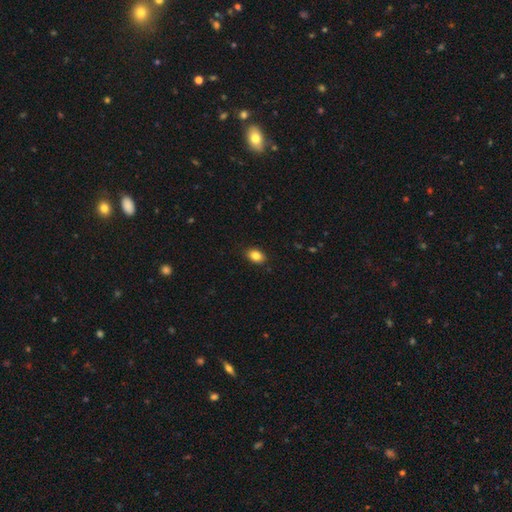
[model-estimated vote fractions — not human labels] The model was most divided on "how rounded": in between: 78%, round: 21%, cigar-shaped: 1%. More confident: merging — none (89%); smooth or featured — smooth (85%).